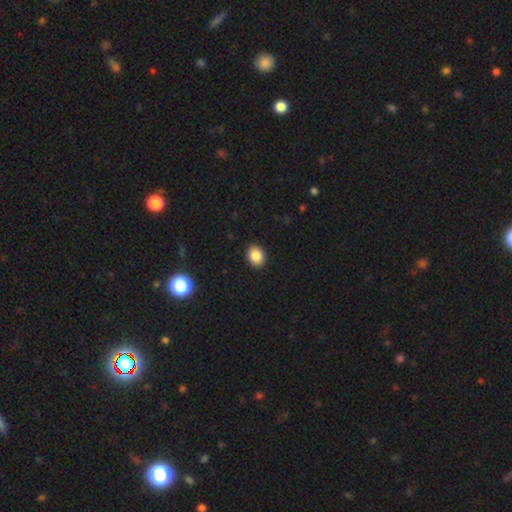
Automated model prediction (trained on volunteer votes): Smooth or featured? Predicted: smooth (p=0.87). How rounded? Predicted: round (p=0.54). Merging? Predicted: none (p=0.91).